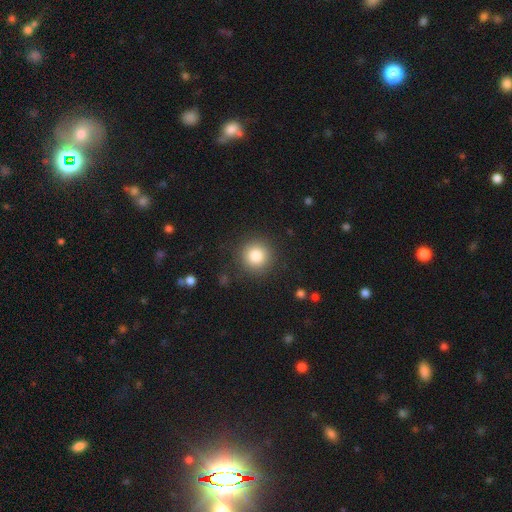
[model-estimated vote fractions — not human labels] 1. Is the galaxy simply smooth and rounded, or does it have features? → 83% smooth, 10% star or artifact, 7% featured or disk.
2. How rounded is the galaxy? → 95% round, 4% in between, 1% cigar-shaped.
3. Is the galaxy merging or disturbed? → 89% none, 7% minor disturbance, 3% major disturbance, 1% merger.